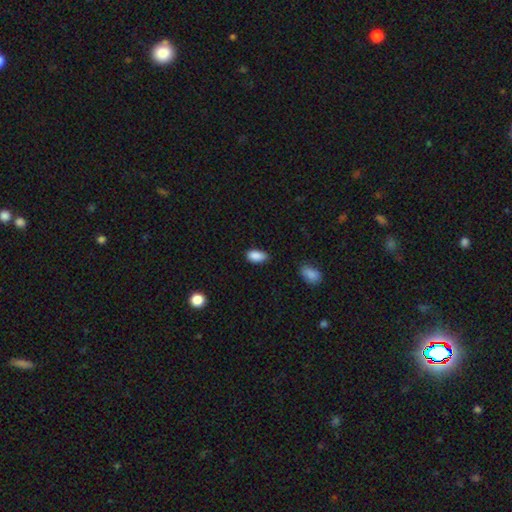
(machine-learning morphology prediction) Smooth or featured: smooth — 88% (star or artifact — 8%)
How rounded: in between — 93% (round — 4%)
Merging: none — 73% (minor disturbance — 22%)